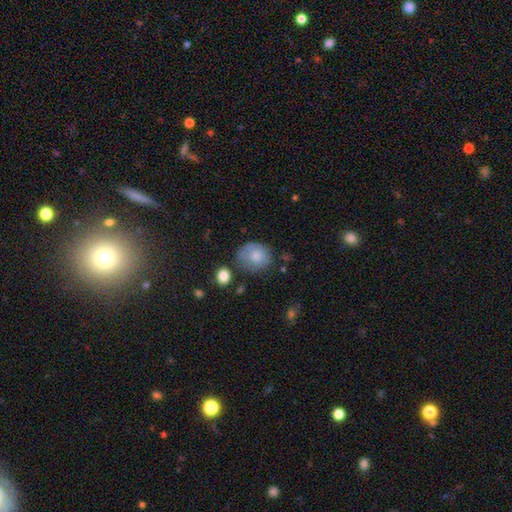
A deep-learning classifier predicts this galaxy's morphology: Smooth or featured? smooth (74%)
How rounded? round (67%)
Merging? none (53%)